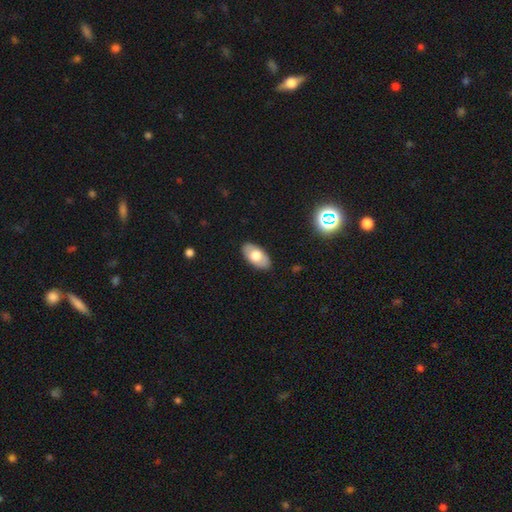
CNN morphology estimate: smooth 64%, featured or disk 30%, star or artifact 7%. Down the decision tree: how rounded — in between (94%); merging — none (86%).